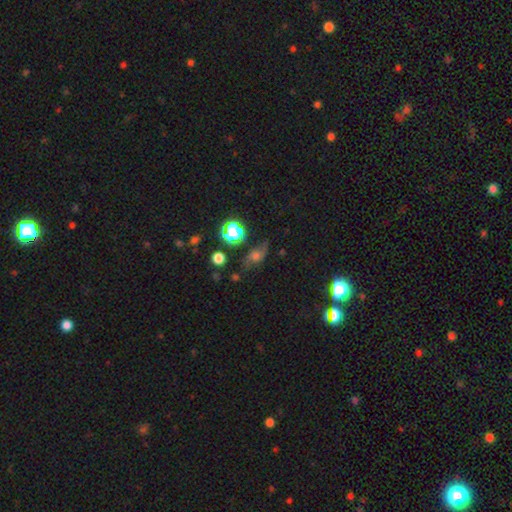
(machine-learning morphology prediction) A featured or disk galaxy (41%).

Vote fractions:
- Smooth or featured? featured or disk: 41% / smooth: 32% / star or artifact: 26%
- Merging? none: 64% / minor disturbance: 21% / major disturbance: 11% / merger: 4%